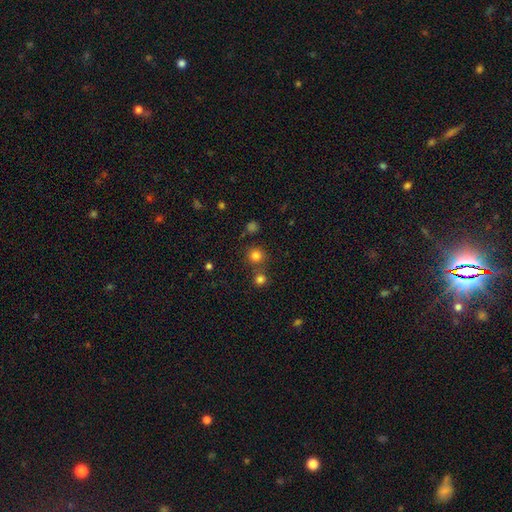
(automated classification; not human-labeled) smooth_or_featured: smooth (p=0.79) [alt: star or artifact p=0.16]
how_rounded: round (p=0.93) [alt: in between p=0.06]
merging: none (p=0.75) [alt: merger p=0.15]